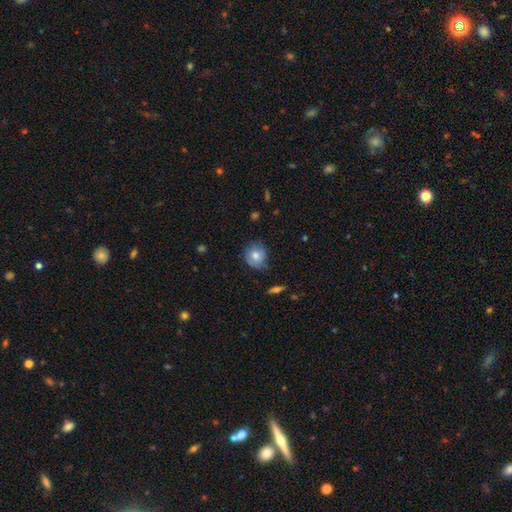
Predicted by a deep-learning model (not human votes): Smooth or featured: smooth — 68% (featured or disk — 24%)
How rounded: round — 85% (in between — 14%)
Merging: none — 71% (minor disturbance — 22%)